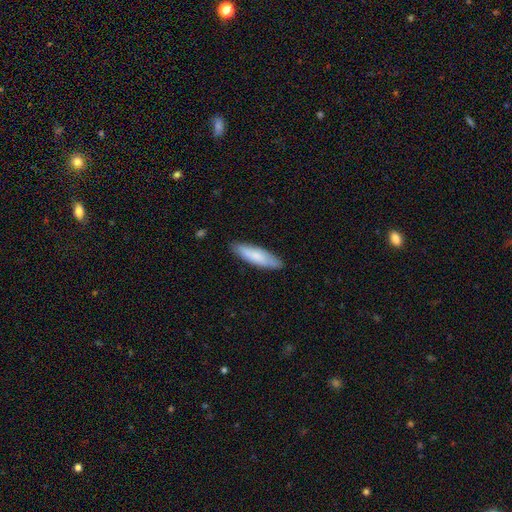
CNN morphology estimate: smooth_or_featured: smooth (p=0.80) [alt: featured or disk p=0.15]
how_rounded: cigar-shaped (p=0.68) [alt: in between p=0.31]
merging: none (p=0.87) [alt: minor disturbance p=0.10]